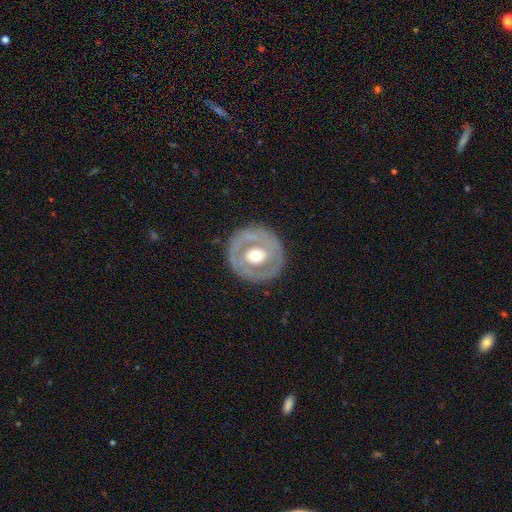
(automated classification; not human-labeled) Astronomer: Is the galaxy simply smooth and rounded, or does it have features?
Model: featured or disk — 65%.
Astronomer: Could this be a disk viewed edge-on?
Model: no — 95%.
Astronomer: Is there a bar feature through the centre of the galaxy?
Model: no — 67%.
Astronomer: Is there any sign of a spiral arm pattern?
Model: no — 74%.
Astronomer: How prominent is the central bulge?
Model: moderate — 71%.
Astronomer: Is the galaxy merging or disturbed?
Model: none — 82%.